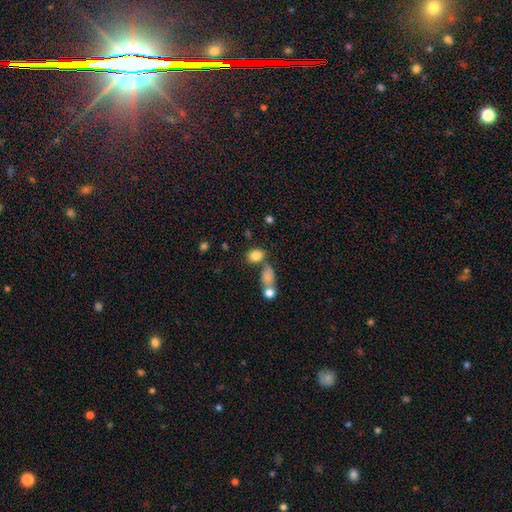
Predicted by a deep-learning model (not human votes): smooth_or_featured: smooth (p=0.82) [alt: star or artifact p=0.11]
how_rounded: in between (p=0.65) [alt: round p=0.33]
merging: none (p=0.61) [alt: merger p=0.20]